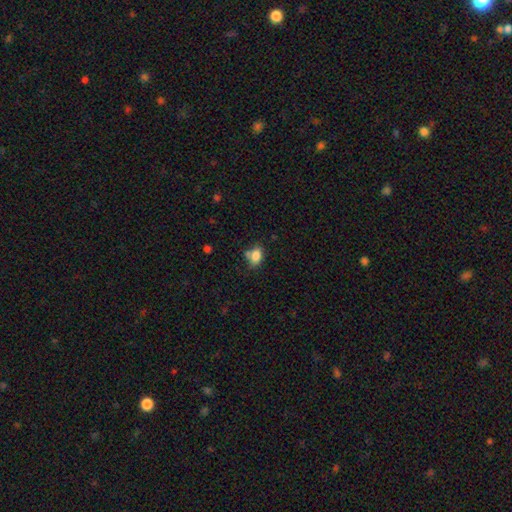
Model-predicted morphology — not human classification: smooth 82%, star or artifact 10%, featured or disk 8%. Down the decision tree: how rounded — in between (79%); merging — none (56%).